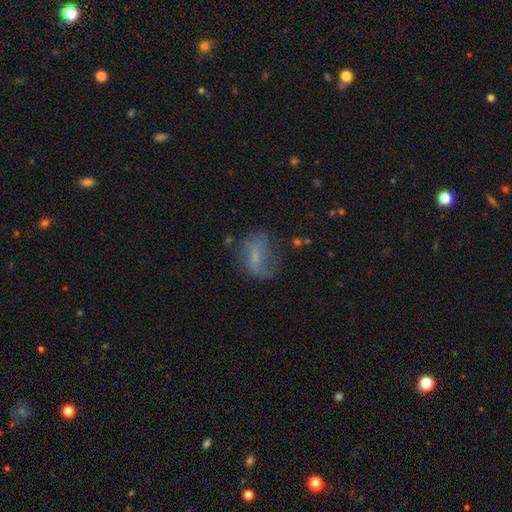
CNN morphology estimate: A featured or disk galaxy (48%).

Vote fractions:
- Smooth or featured? featured or disk: 48% / smooth: 40% / star or artifact: 12%
- Merging? none: 44% / major disturbance: 27% / minor disturbance: 26% / merger: 3%